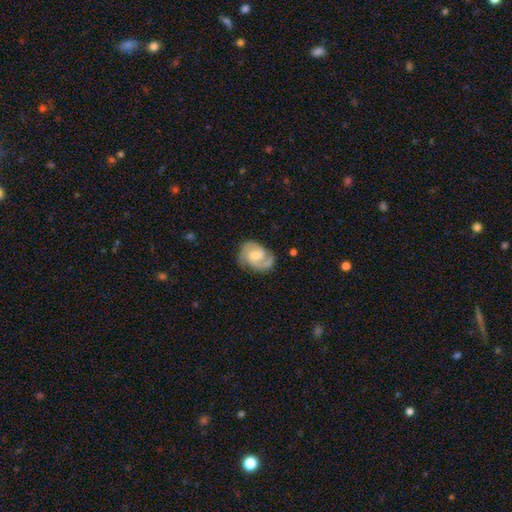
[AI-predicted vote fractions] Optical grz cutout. It shows a featured or disk galaxy (87%) with a weak bar (49%), 2 (88%) medium (52%) spiral arms (97%) and a moderate central bulge (45%). Merging: none (74%).